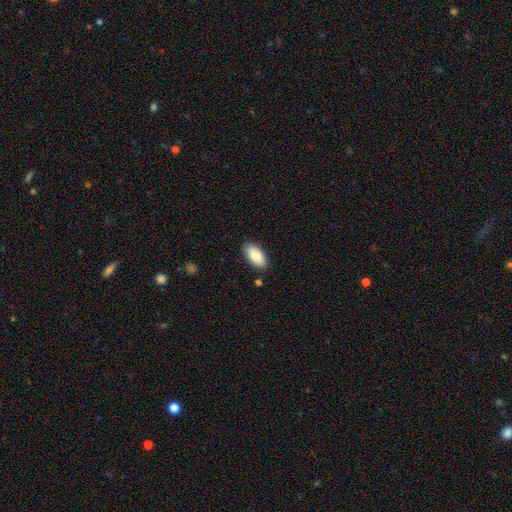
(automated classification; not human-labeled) smooth-or-featured: smooth: 87% | featured or disk: 7% | star or artifact: 6%
  how-rounded: in between: 92% | cigar-shaped: 6% | round: 2%
  merging: none: 87% | minor disturbance: 10% | major disturbance: 2% | merger: 1%